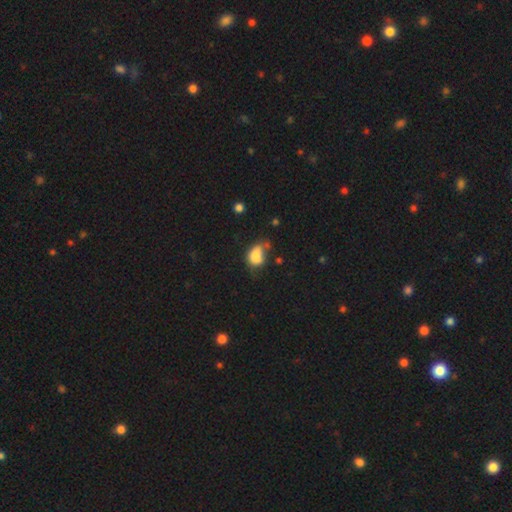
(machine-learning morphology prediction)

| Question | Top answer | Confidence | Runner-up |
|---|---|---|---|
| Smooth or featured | smooth | 79% | featured or disk (11%) |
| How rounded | in between | 75% | round (24%) |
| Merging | none | 33% | minor disturbance (32%) |